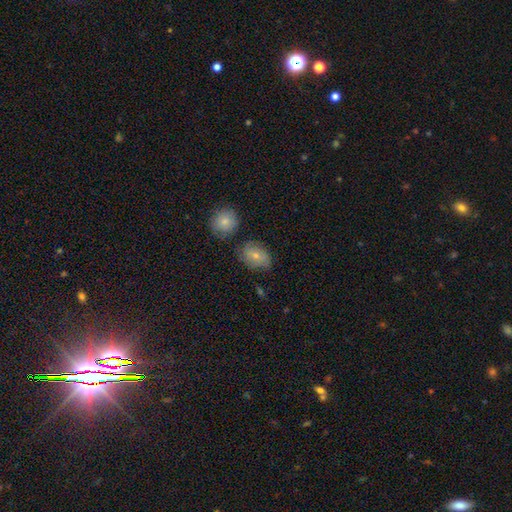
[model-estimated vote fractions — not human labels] Morphology: type=smooth (65%); roundness=in between (64%); merging=none (64%).